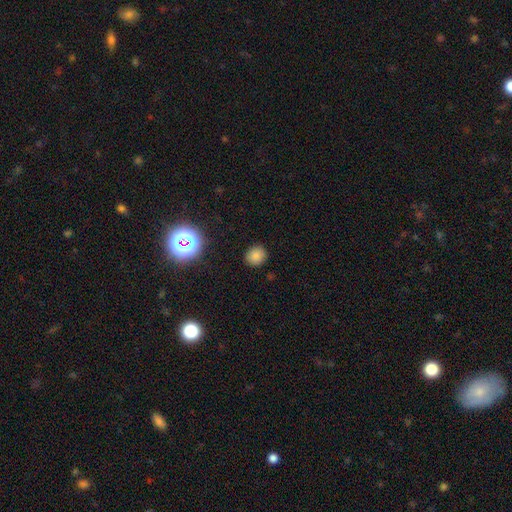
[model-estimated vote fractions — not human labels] Morphology: type=smooth (80%); roundness=round (83%); merging=none (89%).